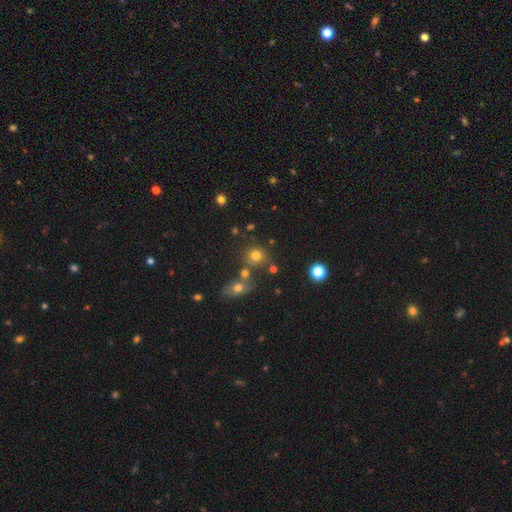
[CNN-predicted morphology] This appears to be a smooth galaxy with no disk features (74%) that is round (82%). Merging: none (64%).